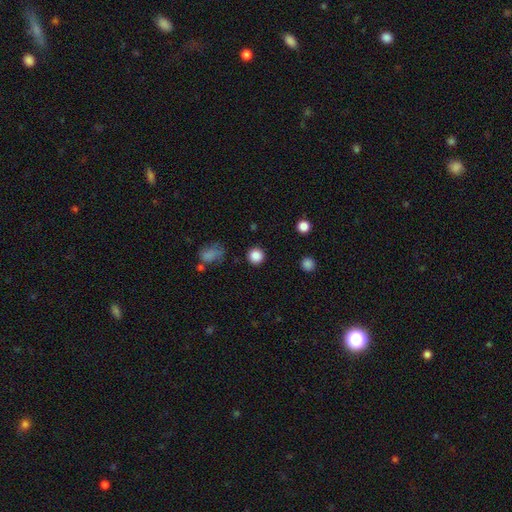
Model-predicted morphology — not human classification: smooth 86%, star or artifact 11%, featured or disk 3%. Down the decision tree: how rounded — round (93%); merging — none (89%).